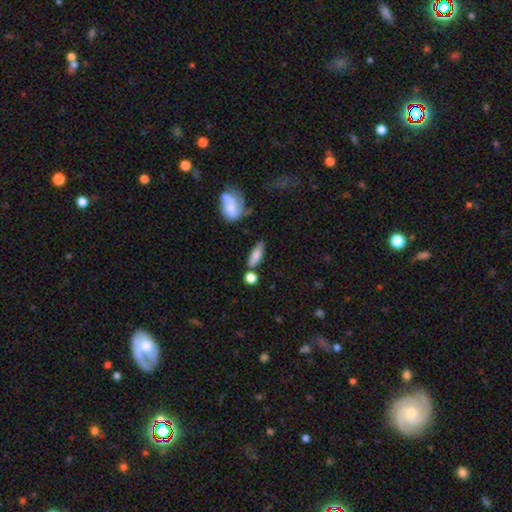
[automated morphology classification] This is likely a smooth galaxy (75%). How rounded: possibly in between (55%). Merging: likely none (69%).